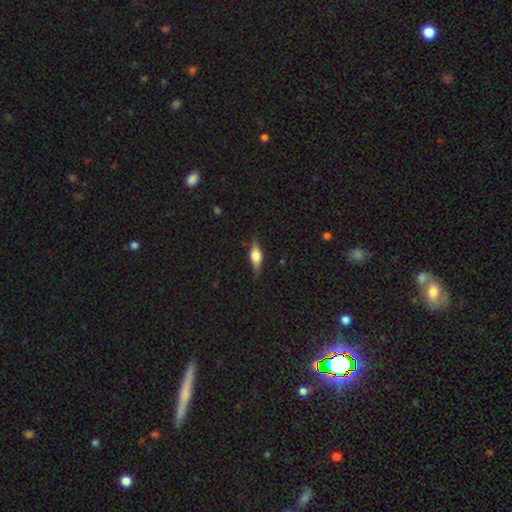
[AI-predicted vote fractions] A smooth galaxy with no disk features (52%) that is in between round and cigar-shaped (61%). Merging: none (81%).